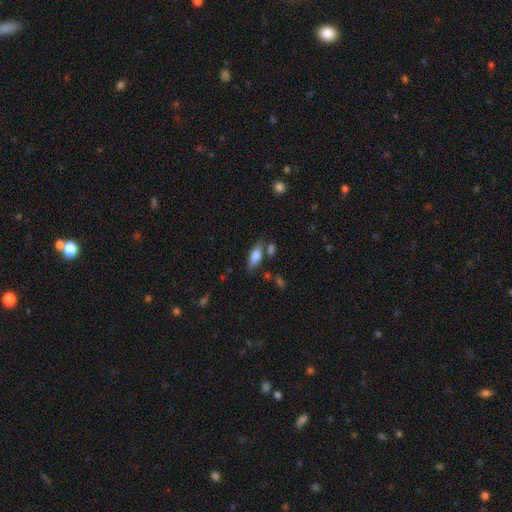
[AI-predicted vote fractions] Overall: smooth (78%). How rounded: in between (81%). Merging: none (66%).